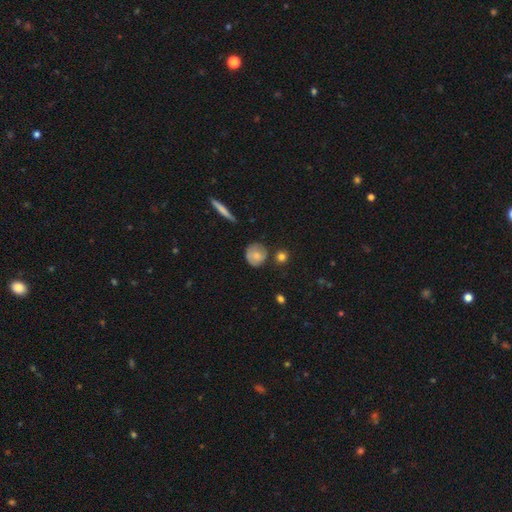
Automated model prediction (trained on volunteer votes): smooth-or-featured: smooth: 63% | featured or disk: 29% | star or artifact: 8%
  how-rounded: round: 82% | in between: 16% | cigar-shaped: 2%
  merging: none: 68% | minor disturbance: 21% | major disturbance: 5% | merger: 5%